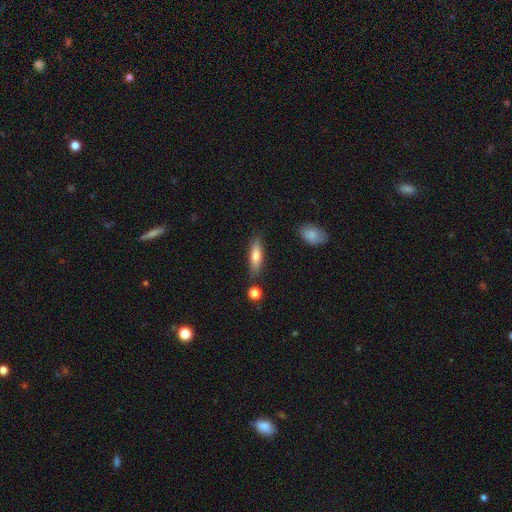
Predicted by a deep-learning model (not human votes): smooth-or-featured: smooth: 72% | featured or disk: 21% | star or artifact: 7%
  how-rounded: cigar-shaped: 57% | in between: 41% | round: 2%
  merging: none: 78% | minor disturbance: 14% | merger: 5% | major disturbance: 3%